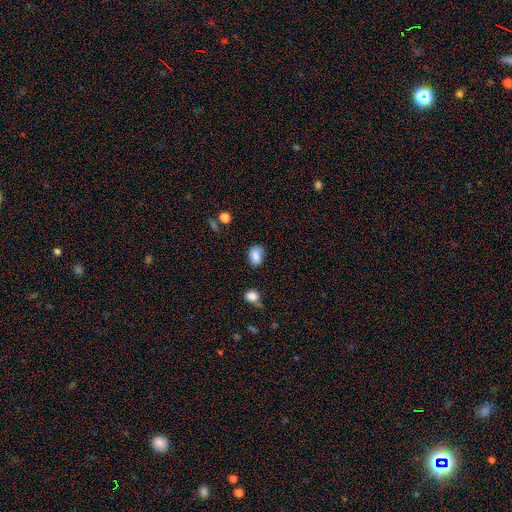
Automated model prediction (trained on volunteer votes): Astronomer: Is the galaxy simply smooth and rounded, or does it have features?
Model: smooth — 82%.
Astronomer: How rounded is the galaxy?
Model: in between — 69%.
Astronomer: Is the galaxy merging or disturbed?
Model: none — 64%.